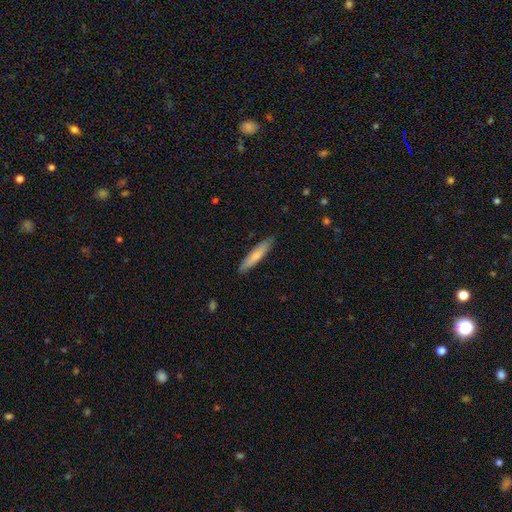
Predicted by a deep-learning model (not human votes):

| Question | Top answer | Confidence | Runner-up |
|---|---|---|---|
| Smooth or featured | smooth | 70% | featured or disk (25%) |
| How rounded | cigar-shaped | 85% | in between (14%) |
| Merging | none | 88% | minor disturbance (10%) |